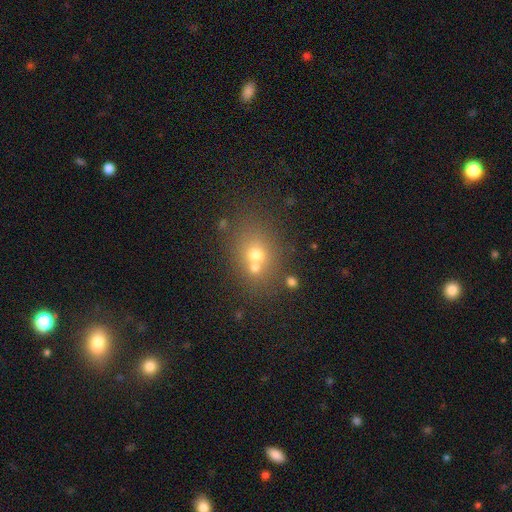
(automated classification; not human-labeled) Smooth or featured: smooth — 60% (featured or disk — 21%)
How rounded: round — 62% (in between — 37%)
Merging: none — 48% (merger — 39%)